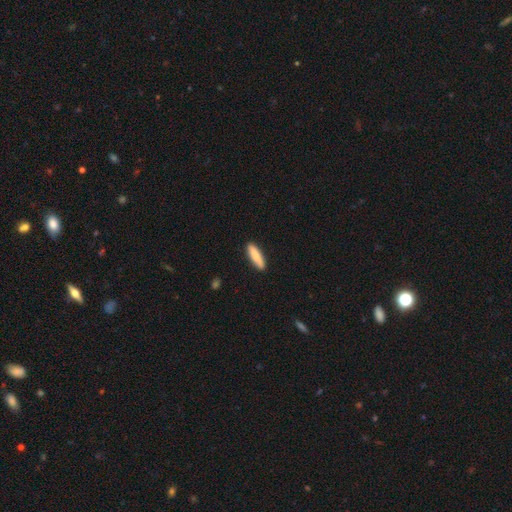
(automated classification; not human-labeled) smooth 81%, featured or disk 14%, star or artifact 5%. Down the decision tree: how rounded — cigar-shaped (69%); merging — none (89%).